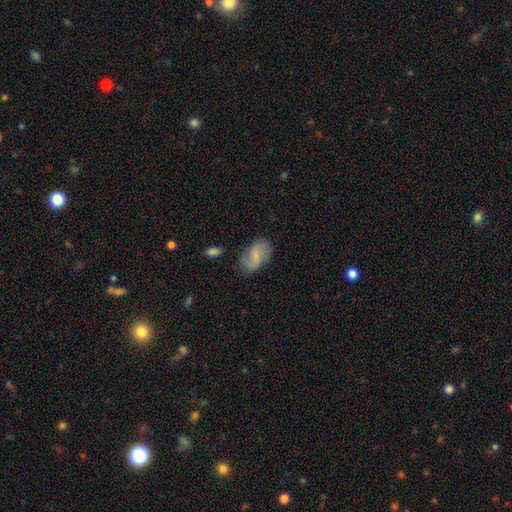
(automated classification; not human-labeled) A smooth galaxy with no disk features (47%). Merging: none (74%).